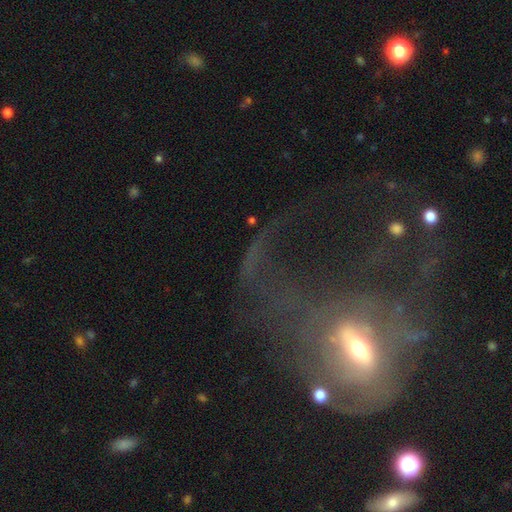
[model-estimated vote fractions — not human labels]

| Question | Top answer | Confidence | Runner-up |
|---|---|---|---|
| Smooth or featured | featured or disk | 55% | star or artifact (23%) |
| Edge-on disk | no | 85% | yes (15%) |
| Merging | major disturbance | 52% | none (25%) |